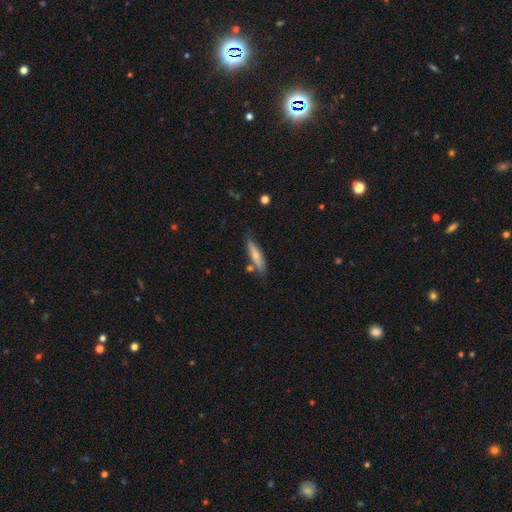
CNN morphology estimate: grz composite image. It shows a smooth galaxy with no disk features (63%) that is cigar-shaped (73%). Merging: none (71%).